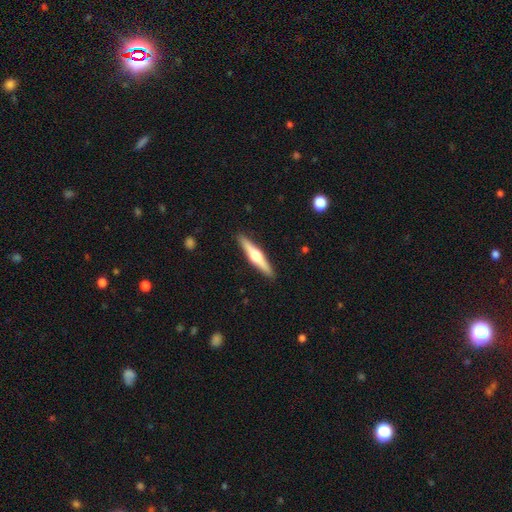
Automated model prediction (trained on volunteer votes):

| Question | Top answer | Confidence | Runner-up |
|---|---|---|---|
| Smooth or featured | featured or disk | 65% | smooth (30%) |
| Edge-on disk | yes | 97% | no (3%) |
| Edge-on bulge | rounded | 94% | boxy (4%) |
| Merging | none | 91% | minor disturbance (6%) |